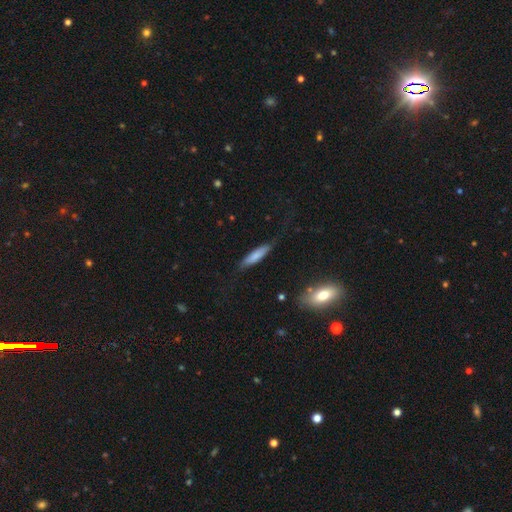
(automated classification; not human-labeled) Smooth or featured? Predicted: smooth (p=0.71). How rounded? Predicted: cigar-shaped (p=0.78). Merging? Predicted: none (p=0.75).